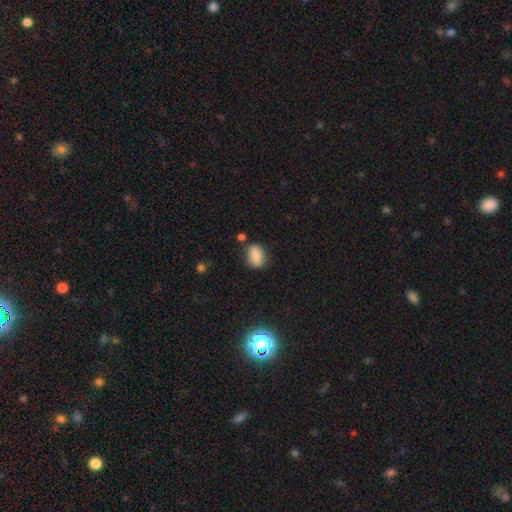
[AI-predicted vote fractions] This is clearly a smooth galaxy (84%). How rounded: likely in between (77%). Merging: likely none (73%).